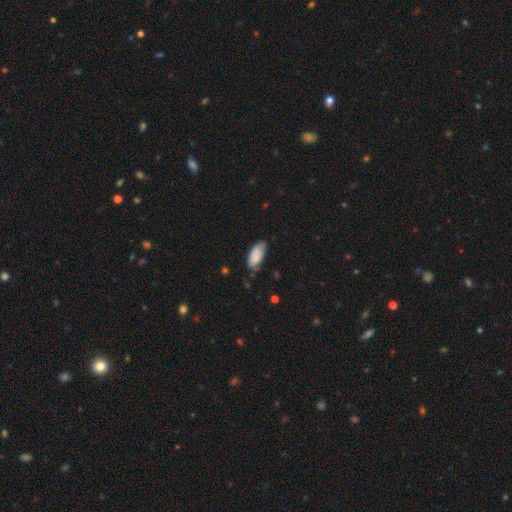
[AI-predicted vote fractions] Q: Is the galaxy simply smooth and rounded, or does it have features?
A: smooth — 83%.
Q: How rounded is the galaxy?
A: in between — 89%.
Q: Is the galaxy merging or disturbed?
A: none — 65%.